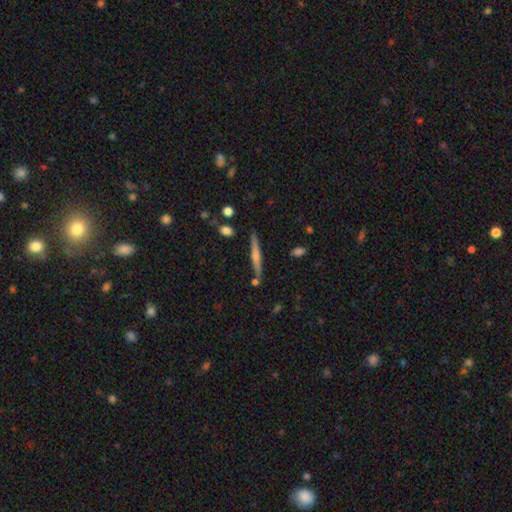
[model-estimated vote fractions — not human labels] Morphology: type=featured or disk (64%); edge-on=yes (98%); edge-on bulge=rounded (74%); merging=none (86%).